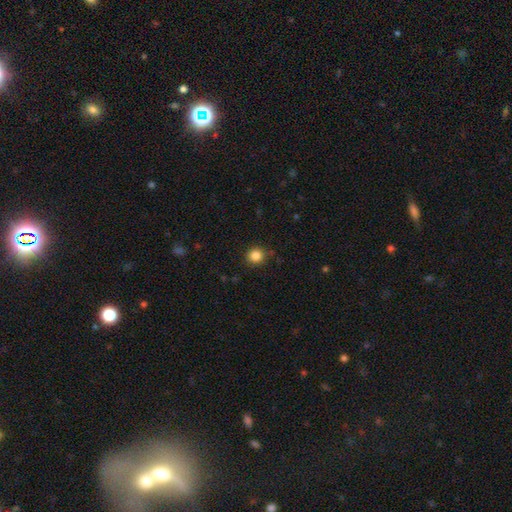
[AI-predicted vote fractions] Smooth or featured? smooth (85%)
How rounded? round (91%)
Merging? none (88%)